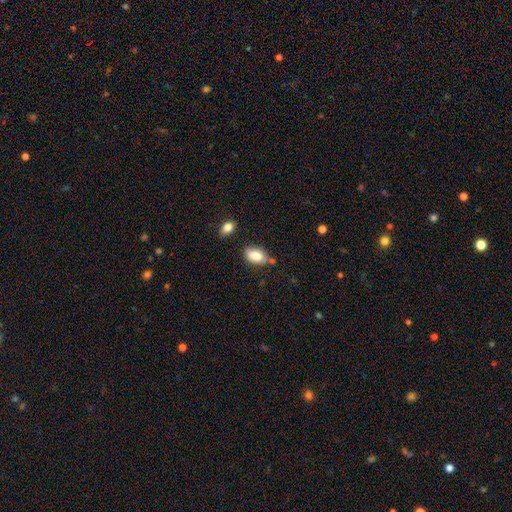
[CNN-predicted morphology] Smooth or featured? Predicted: smooth (p=0.83). How rounded? Predicted: in between (p=0.90). Merging? Predicted: none (p=0.57).